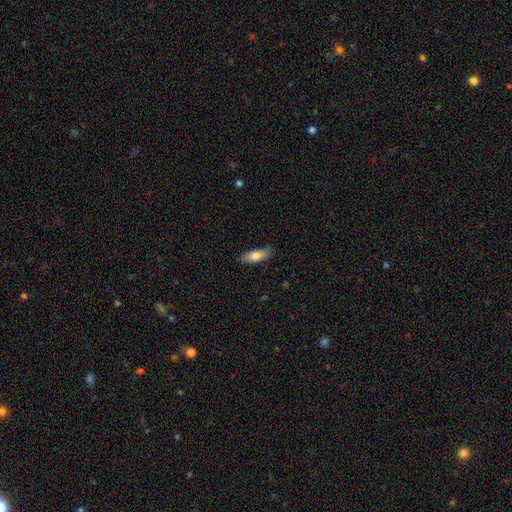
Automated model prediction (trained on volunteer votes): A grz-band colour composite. It shows a smooth galaxy with no disk features (75%) that is in between round and cigar-shaped (59%). Merging: none (83%).